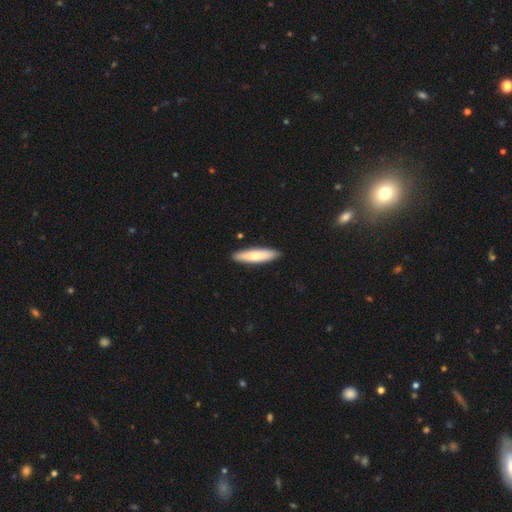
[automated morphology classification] Q: Smooth or featured?
A: smooth (75%); runner-up: featured or disk (21%)
Q: How rounded?
A: cigar-shaped (78%); runner-up: in between (21%)
Q: Merging?
A: none (90%); runner-up: minor disturbance (7%)